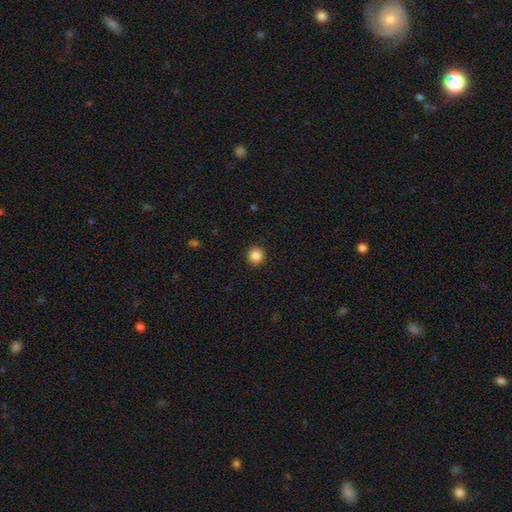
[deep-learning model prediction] Smooth or featured? smooth (86%)
How rounded? round (93%)
Merging? none (93%)